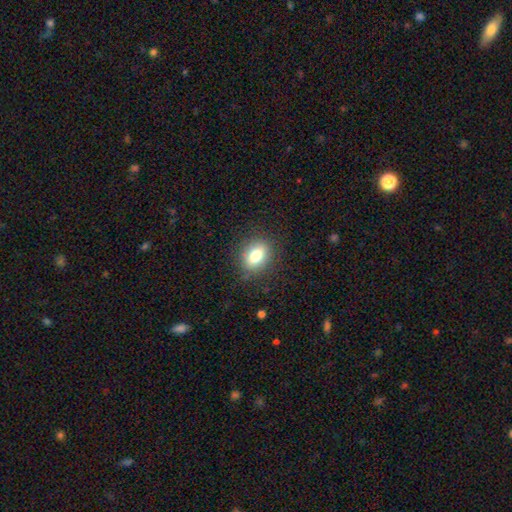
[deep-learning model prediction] smooth 79%, featured or disk 12%, star or artifact 10%. Down the decision tree: how rounded — in between (67%); merging — none (85%).